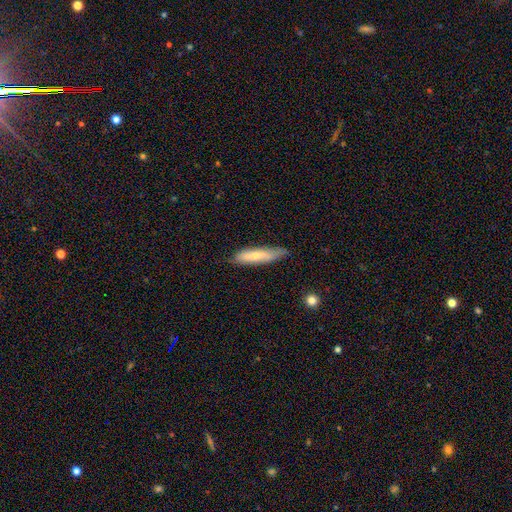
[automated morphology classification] Smooth or featured: smooth — 65% (featured or disk — 29%)
How rounded: cigar-shaped — 77% (in between — 22%)
Merging: none — 69% (minor disturbance — 24%)